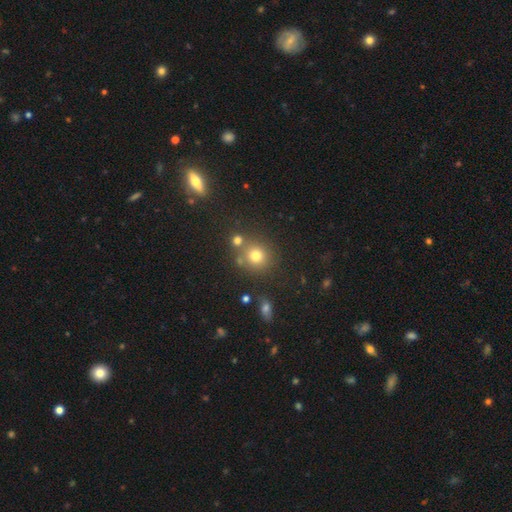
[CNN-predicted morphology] Smooth or featured?
  - smooth: 75% *
  - star or artifact: 16%
  - featured or disk: 9%
How rounded?
  - round: 88% *
  - in between: 11%
  - cigar-shaped: 1%
Merging?
  - none: 71% *
  - merger: 15%
  - minor disturbance: 10%
  - major disturbance: 4%